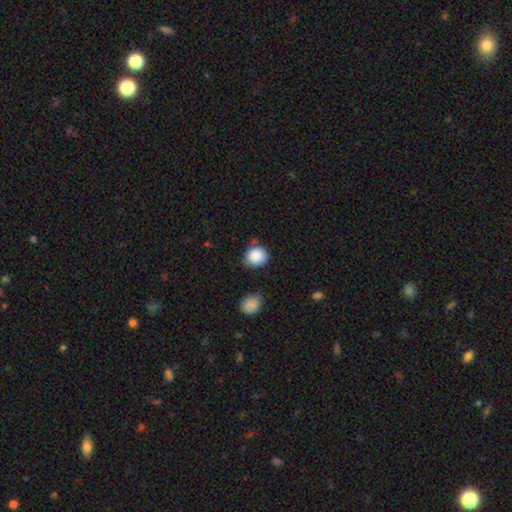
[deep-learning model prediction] Q: Smooth or featured?
A: smooth (88%); runner-up: star or artifact (8%)
Q: How rounded?
A: round (79%); runner-up: in between (20%)
Q: Merging?
A: none (70%); runner-up: minor disturbance (21%)